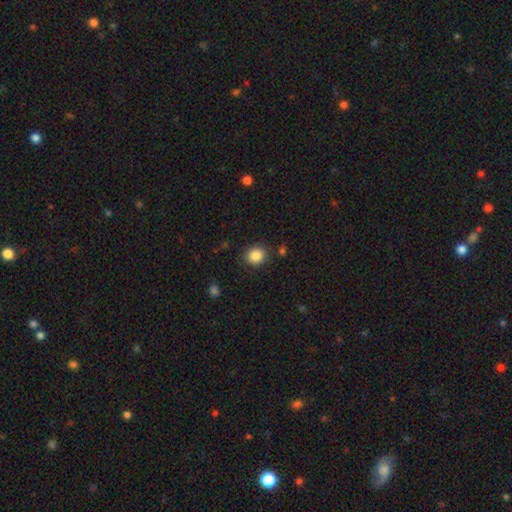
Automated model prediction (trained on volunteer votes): Smooth or featured: smooth — 86% (star or artifact — 10%)
How rounded: round — 82% (in between — 17%)
Merging: none — 87% (minor disturbance — 8%)